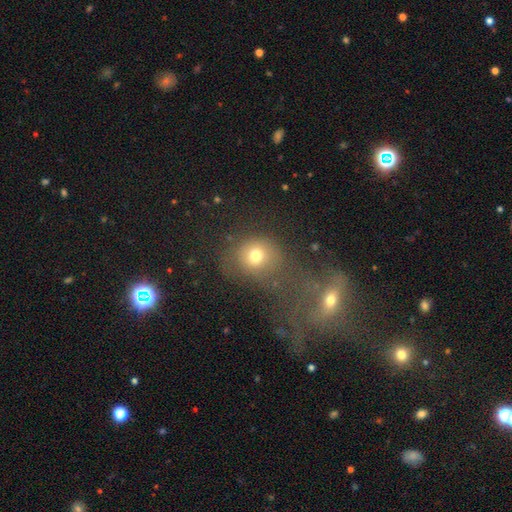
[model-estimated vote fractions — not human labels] This is likely a smooth galaxy (72%). How rounded: likely round (73%). Merging: possibly none (46%).